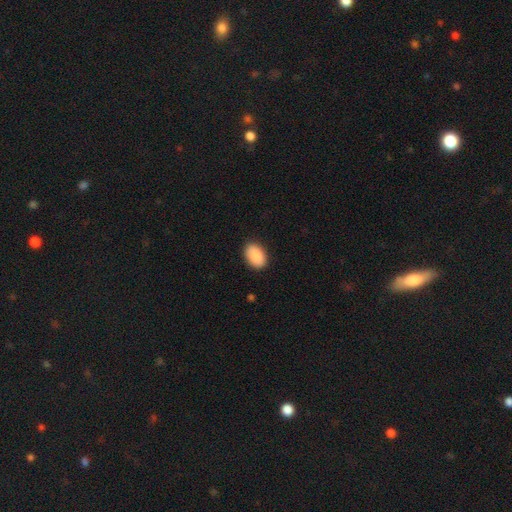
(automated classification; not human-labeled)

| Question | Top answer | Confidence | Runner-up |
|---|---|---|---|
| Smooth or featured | smooth | 90% | star or artifact (6%) |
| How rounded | in between | 89% | round (10%) |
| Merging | none | 89% | minor disturbance (8%) |